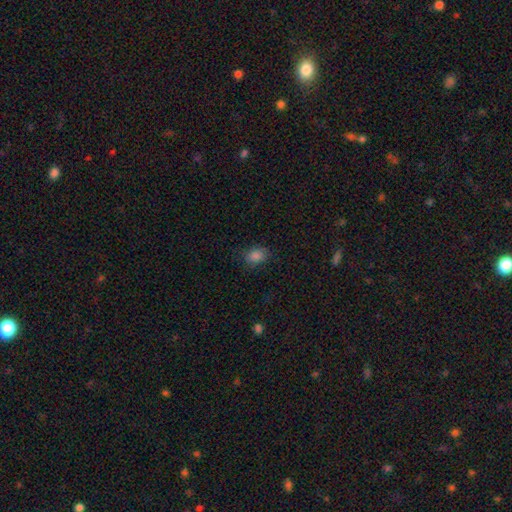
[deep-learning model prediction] This appears to be a smooth galaxy with no disk features (84%) that is in between round and cigar-shaped (75%). Merging: none (80%).